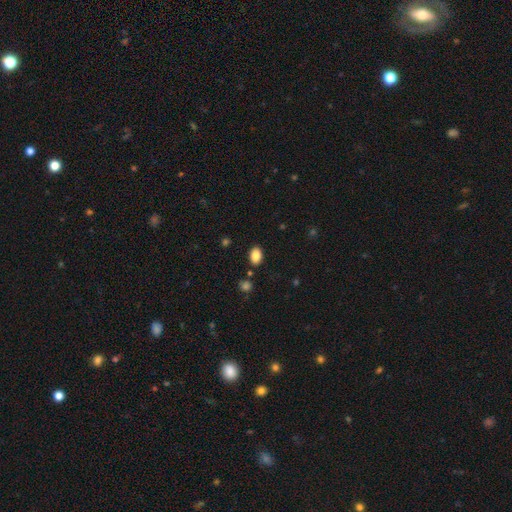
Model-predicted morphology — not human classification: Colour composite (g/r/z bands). It shows a smooth galaxy with no disk features (86%) that is in between round and cigar-shaped (85%). Merging: none (85%).